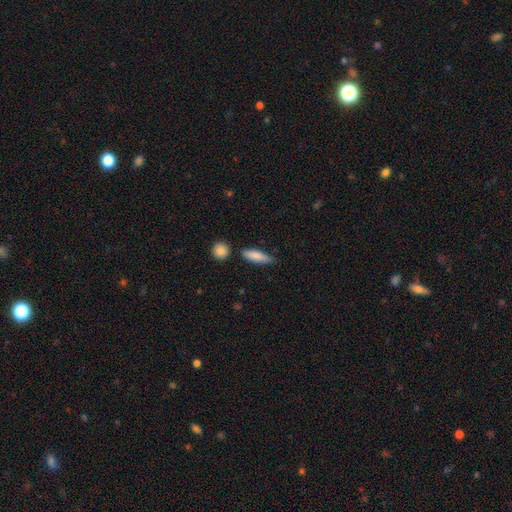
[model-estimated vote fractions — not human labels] This appears to be a smooth galaxy with no disk features (83%) that is cigar-shaped (55%). Merging: none (73%).